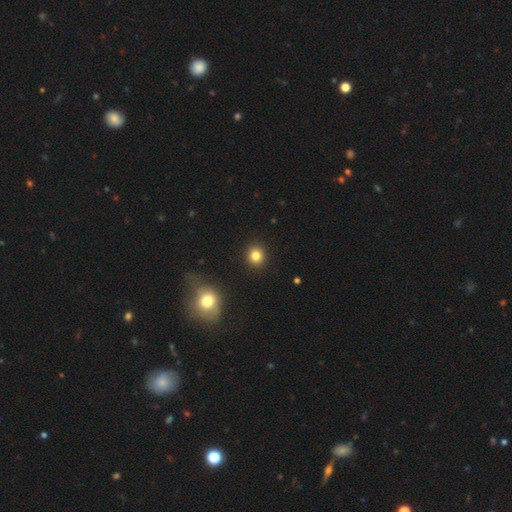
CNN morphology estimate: This is clearly a smooth galaxy (83%). How rounded: clearly round (88%). Merging: clearly none (92%).